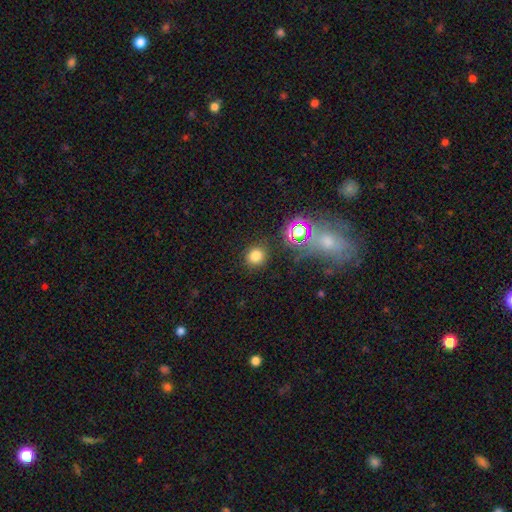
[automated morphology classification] A smooth galaxy with no disk features (76%) that is round (81%). Merging: none (85%).